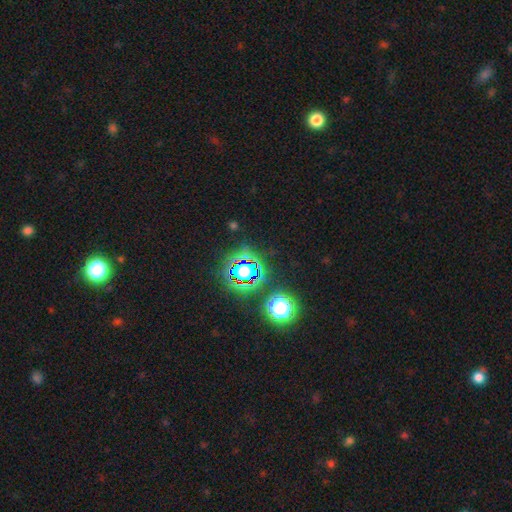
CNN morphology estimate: smooth_or_featured: star or artifact (p=0.80) [alt: smooth p=0.13]